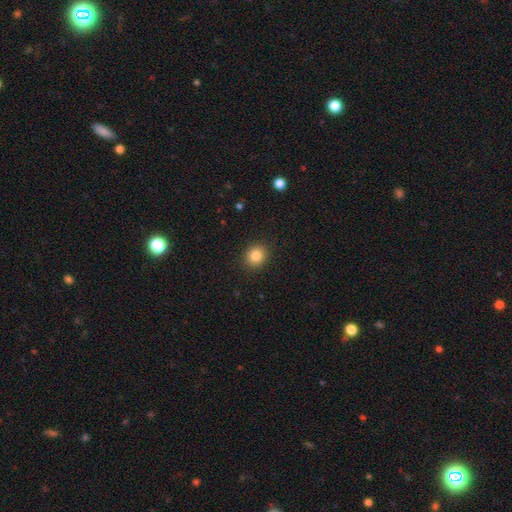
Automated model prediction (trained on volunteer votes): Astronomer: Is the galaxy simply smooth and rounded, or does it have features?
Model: smooth — 85%.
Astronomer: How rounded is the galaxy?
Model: round — 80%.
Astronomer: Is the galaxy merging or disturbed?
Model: none — 91%.